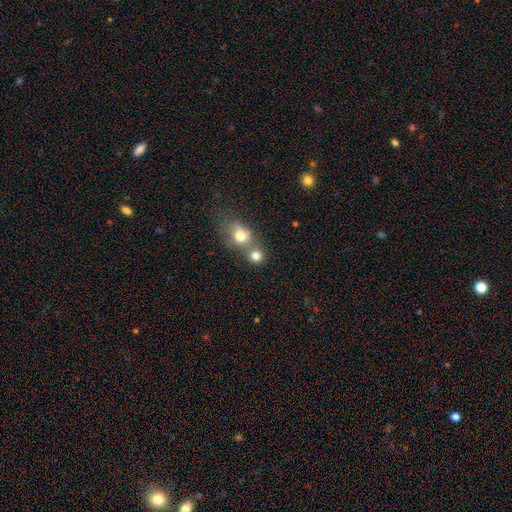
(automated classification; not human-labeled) Smooth or featured: smooth — 76% (star or artifact — 13%)
How rounded: round — 80% (in between — 19%)
Merging: merger — 48% (none — 41%)